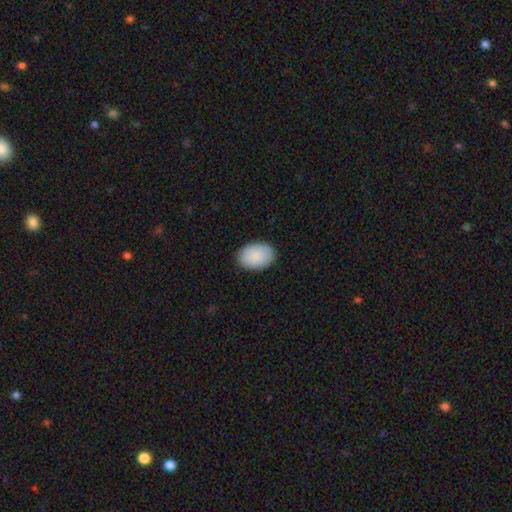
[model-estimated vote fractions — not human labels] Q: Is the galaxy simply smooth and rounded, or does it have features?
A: smooth — 90%.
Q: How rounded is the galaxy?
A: in between — 86%.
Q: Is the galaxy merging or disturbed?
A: none — 88%.